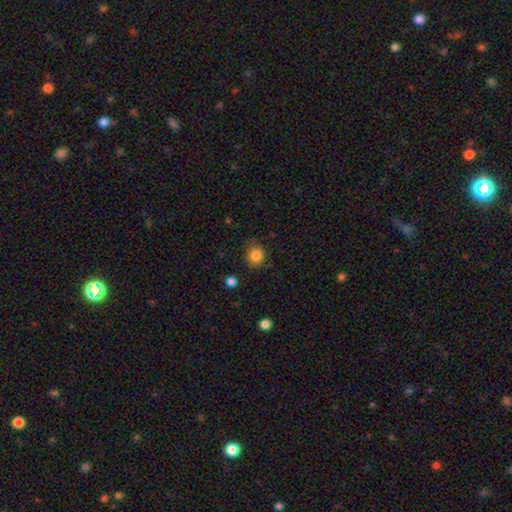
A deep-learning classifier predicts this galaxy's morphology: Overall: smooth (84%). How rounded: round (83%). Merging: none (81%).